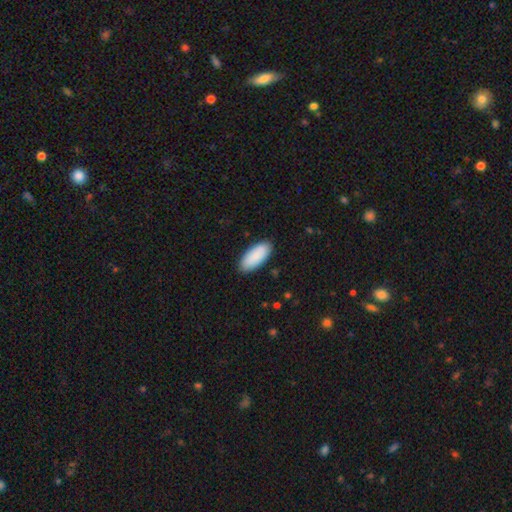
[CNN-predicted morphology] Smooth or featured? Predicted: smooth (p=0.89). How rounded? Predicted: in between (p=0.91). Merging? Predicted: none (p=0.88).